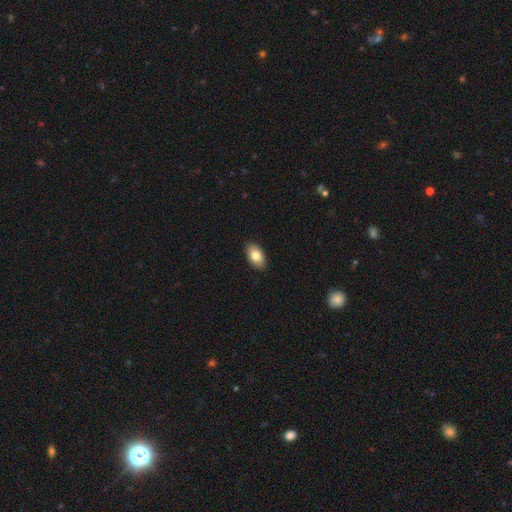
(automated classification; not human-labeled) smooth_or_featured: smooth (p=0.81) [alt: featured or disk p=0.13]
how_rounded: in between (p=0.93) [alt: round p=0.05]
merging: none (p=0.89) [alt: minor disturbance p=0.08]